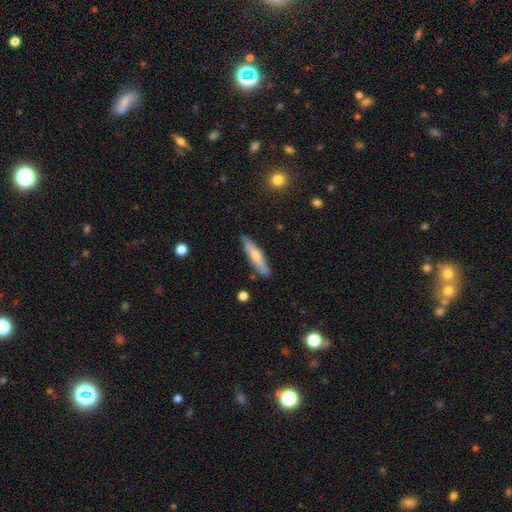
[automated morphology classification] Q: Smooth or featured?
A: smooth (65%); runner-up: featured or disk (30%)
Q: How rounded?
A: cigar-shaped (85%); runner-up: in between (13%)
Q: Merging?
A: none (84%); runner-up: minor disturbance (12%)